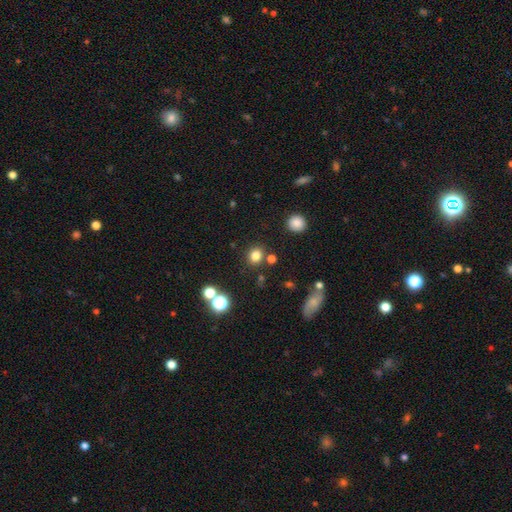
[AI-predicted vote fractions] Smooth or featured? smooth (79%)
How rounded? round (78%)
Merging? none (83%)